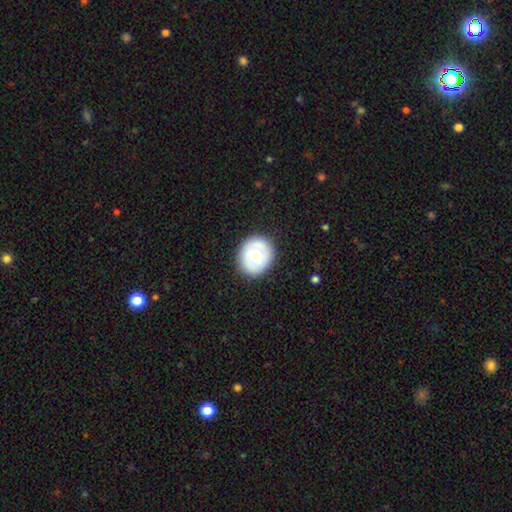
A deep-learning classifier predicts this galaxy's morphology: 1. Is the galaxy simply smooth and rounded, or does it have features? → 49% smooth, 45% featured or disk, 6% star or artifact.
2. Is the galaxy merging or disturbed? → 86% none, 10% minor disturbance, 3% major disturbance, 1% merger.